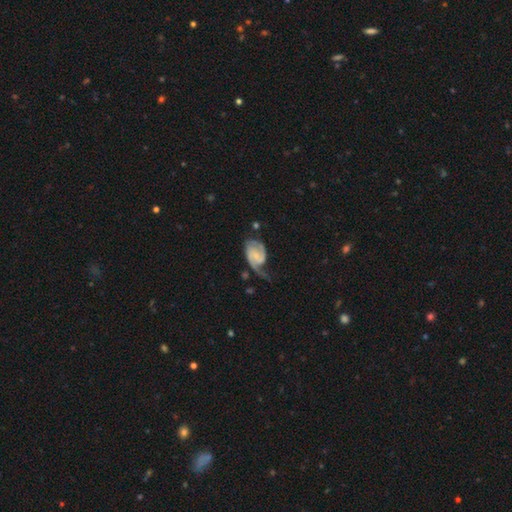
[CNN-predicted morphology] type=featured or disk (75%); edge-on=no (98%); bar=no (50%); spiral arms=yes (92%); winding=medium (42%); arm count=2 (64%); bulge=small (51%); merging=major disturbance (37%).